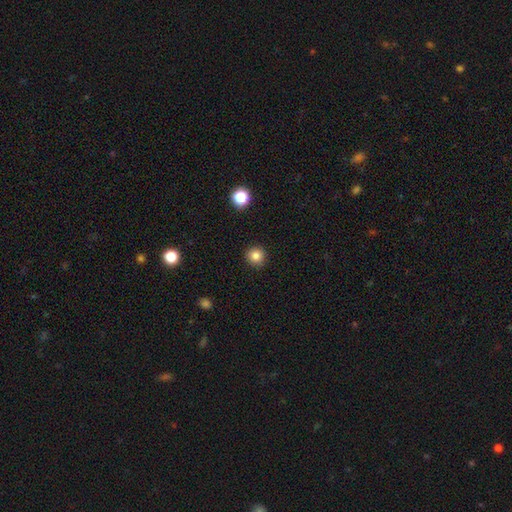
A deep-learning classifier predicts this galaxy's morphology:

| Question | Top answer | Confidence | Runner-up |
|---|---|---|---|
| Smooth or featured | smooth | 82% | star or artifact (12%) |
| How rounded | round | 94% | in between (5%) |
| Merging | none | 91% | minor disturbance (6%) |